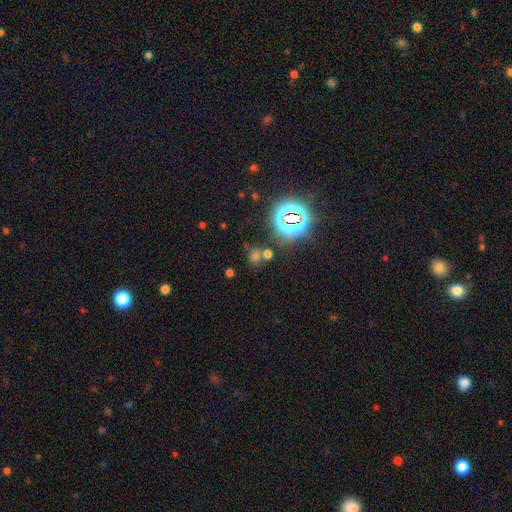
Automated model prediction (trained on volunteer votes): Smooth or featured? Predicted: star or artifact (p=0.53).